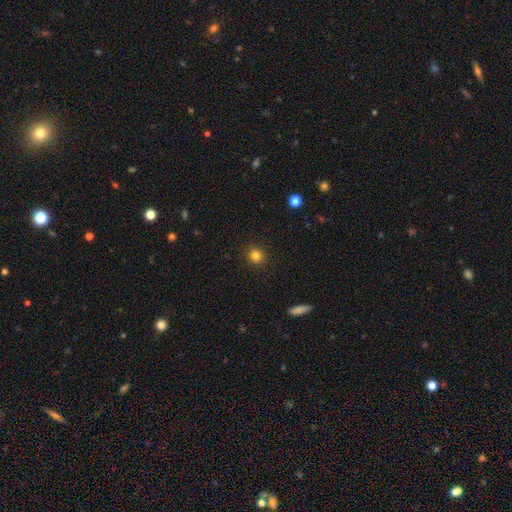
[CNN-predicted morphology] Q: Smooth or featured?
A: smooth (82%); runner-up: star or artifact (13%)
Q: How rounded?
A: round (90%); runner-up: in between (9%)
Q: Merging?
A: none (91%); runner-up: minor disturbance (6%)